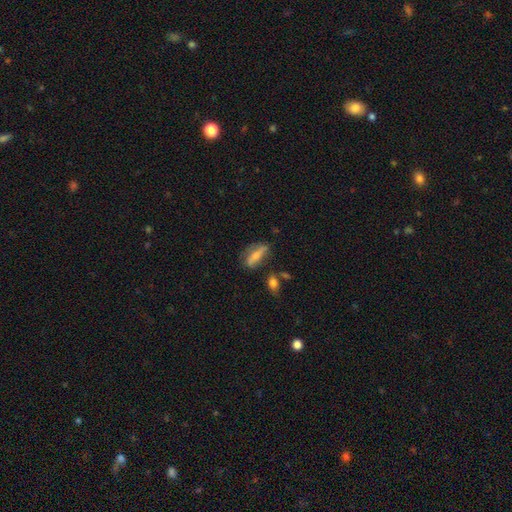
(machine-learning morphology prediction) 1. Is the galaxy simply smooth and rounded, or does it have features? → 54% smooth, 38% featured or disk, 8% star or artifact.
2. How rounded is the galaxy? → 66% in between, 30% cigar-shaped, 5% round.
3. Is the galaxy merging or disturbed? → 60% none, 24% minor disturbance, 10% major disturbance, 5% merger.